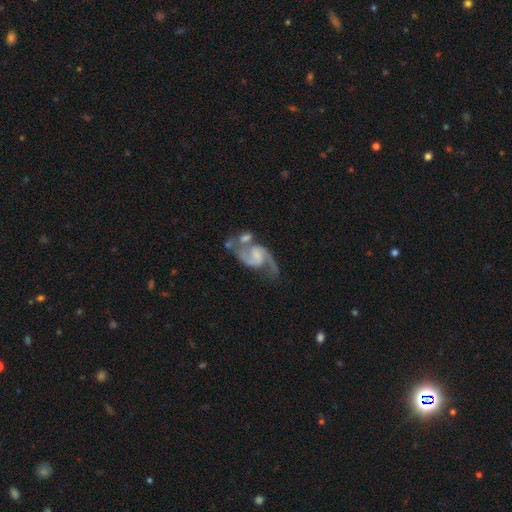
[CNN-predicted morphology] This is clearly a featured or disk galaxy (87%). It is clearly not viewed edge-on (98%). Bar: possibly weak (49%). Spiral arm pattern: clearly yes (96%). Spiral arm count: clearly 2 (90%). Spiral winding: possibly loose (49%). Central bulge: marginally none (44%). Merging: marginally none (37%).